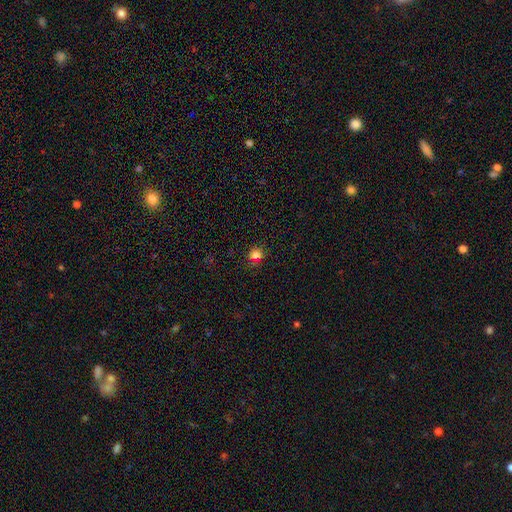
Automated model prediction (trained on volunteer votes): smooth 74%, star or artifact 22%, featured or disk 5%. Down the decision tree: how rounded — round (72%); merging — none (80%).